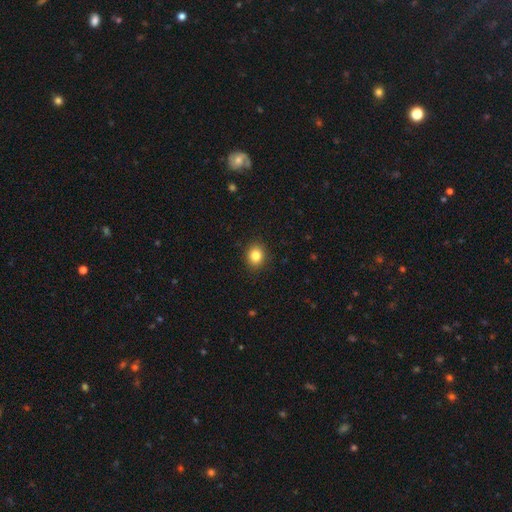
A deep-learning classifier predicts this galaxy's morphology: The model was most divided on "how rounded": round: 59%, in between: 40%, cigar-shaped: 1%. More confident: merging — none (90%); smooth or featured — smooth (84%).